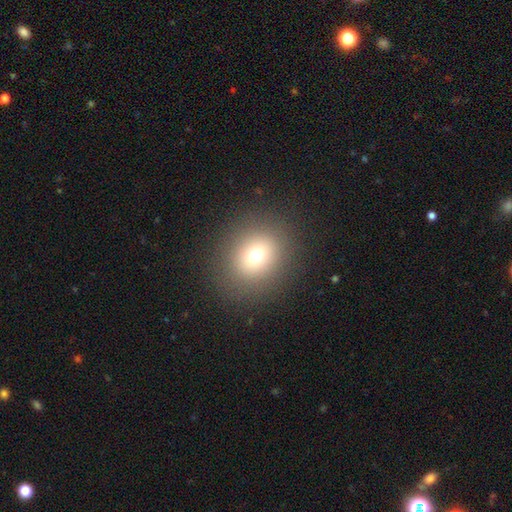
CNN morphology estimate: Smooth or featured? Predicted: smooth (p=0.71). How rounded? Predicted: round (p=0.74). Merging? Predicted: none (p=0.88).